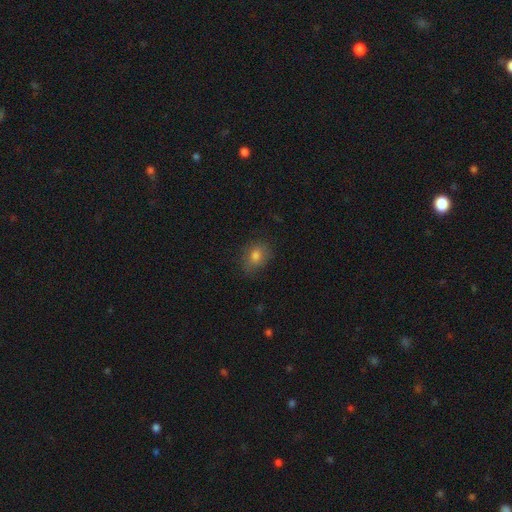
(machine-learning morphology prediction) smooth_or_featured: smooth (p=0.76) [alt: star or artifact p=0.12]
how_rounded: in between (p=0.54) [alt: round p=0.45]
merging: none (p=0.78) [alt: minor disturbance p=0.17]